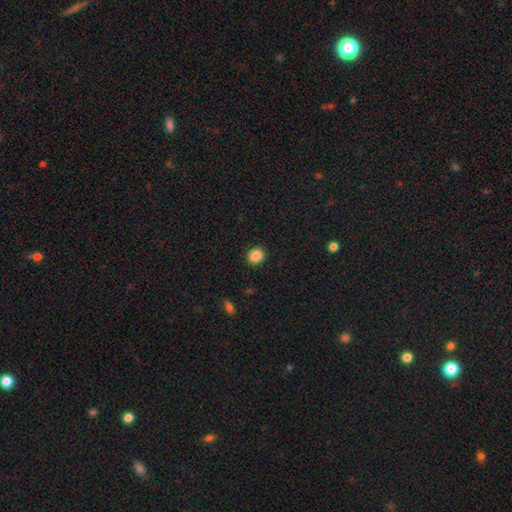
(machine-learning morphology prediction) smooth-or-featured: smooth: 86% | star or artifact: 10% | featured or disk: 5%
  how-rounded: round: 73% | in between: 27% | cigar-shaped: 1%
  merging: none: 91% | minor disturbance: 6% | major disturbance: 2% | merger: 1%